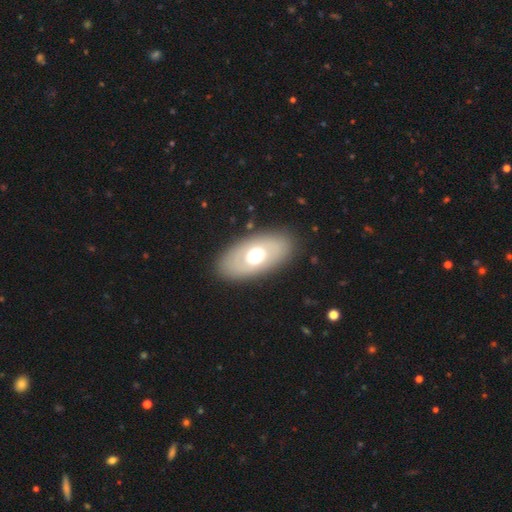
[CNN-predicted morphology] Overall: smooth (55%; featured or disk 38%). How rounded: in between (90%). Merging: none (86%).